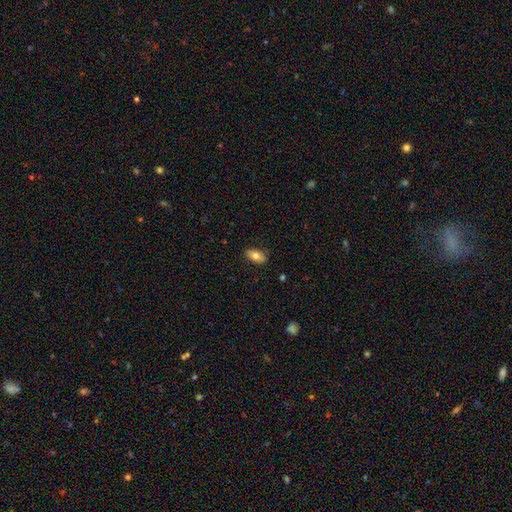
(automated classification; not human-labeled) A smooth galaxy with no disk features (76%) that is in between round and cigar-shaped (91%).

Vote fractions:
- Smooth or featured? smooth: 76% / featured or disk: 17% / star or artifact: 7%
- How rounded? in between: 91% / round: 5% / cigar-shaped: 4%
- Merging? none: 83% / minor disturbance: 13% / major disturbance: 2% / merger: 1%